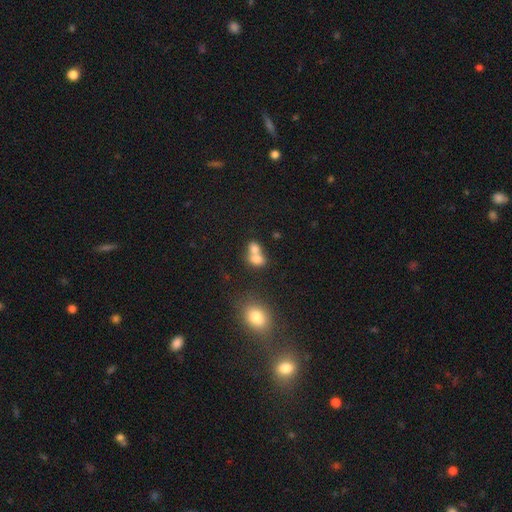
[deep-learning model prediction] A smooth galaxy with no disk features (74%) that is in between round and cigar-shaped (59%). Merging: merger (68%).